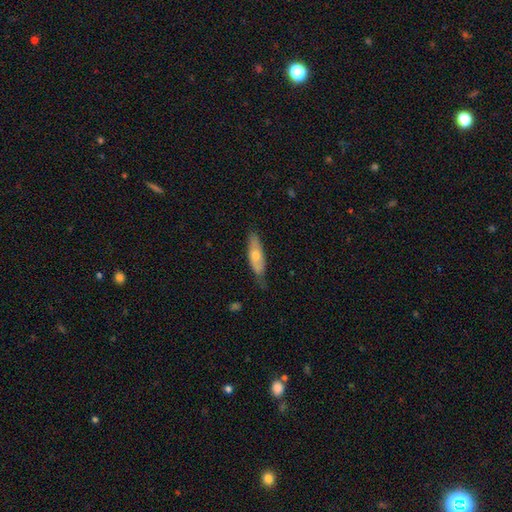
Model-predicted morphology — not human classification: Smooth or featured: smooth — 54% (featured or disk — 41%)
How rounded: in between — 49% (cigar-shaped — 48%)
Merging: none — 70% (minor disturbance — 24%)